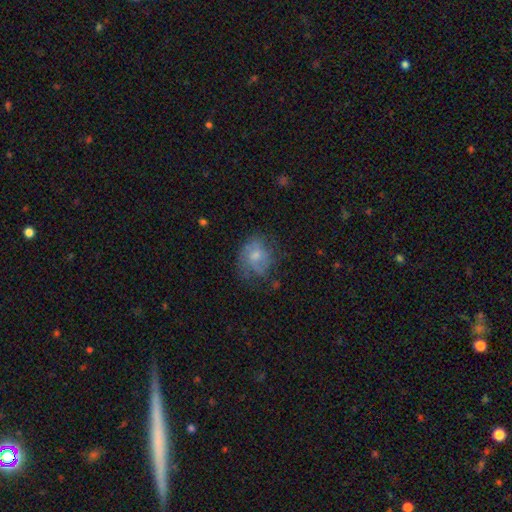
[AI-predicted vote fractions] A smooth galaxy with no disk features (51%) that is round (56%).

Vote fractions:
- Smooth or featured? smooth: 51% / featured or disk: 40% / star or artifact: 9%
- How rounded? round: 56% / in between: 43% / cigar-shaped: 1%
- Merging? none: 49% / minor disturbance: 28% / major disturbance: 21% / merger: 2%